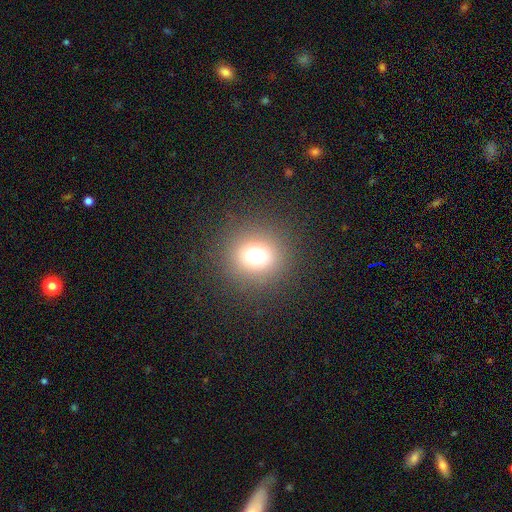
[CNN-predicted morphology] This appears to be a smooth galaxy with no disk features (72%) that is round (90%). Merging: none (88%).